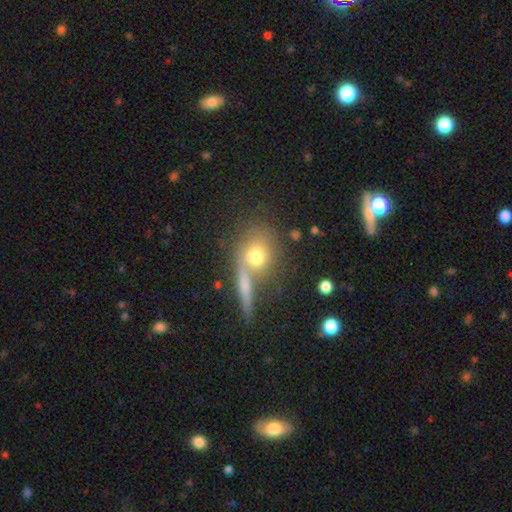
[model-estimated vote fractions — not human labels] smooth-or-featured: smooth: 69% | featured or disk: 20% | star or artifact: 11%
  how-rounded: round: 68% | in between: 27% | cigar-shaped: 4%
  merging: none: 52% | merger: 29% | minor disturbance: 12% | major disturbance: 7%